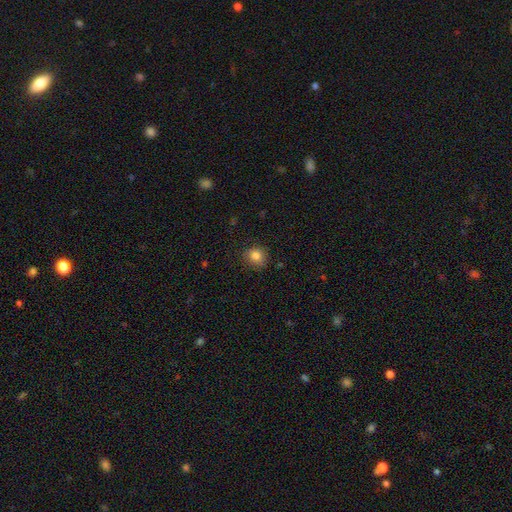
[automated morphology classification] Smooth or featured? Predicted: smooth (p=0.83). How rounded? Predicted: round (p=0.86). Merging? Predicted: none (p=0.87).